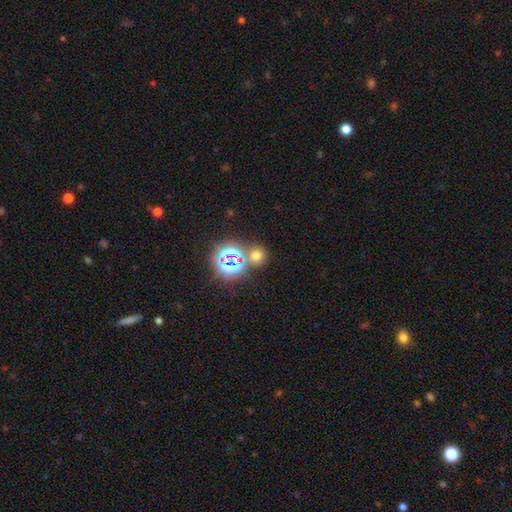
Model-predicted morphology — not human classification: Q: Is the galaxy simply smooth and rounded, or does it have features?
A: smooth — 56%.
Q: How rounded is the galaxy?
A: round — 83%.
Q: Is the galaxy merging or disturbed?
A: none — 74%.